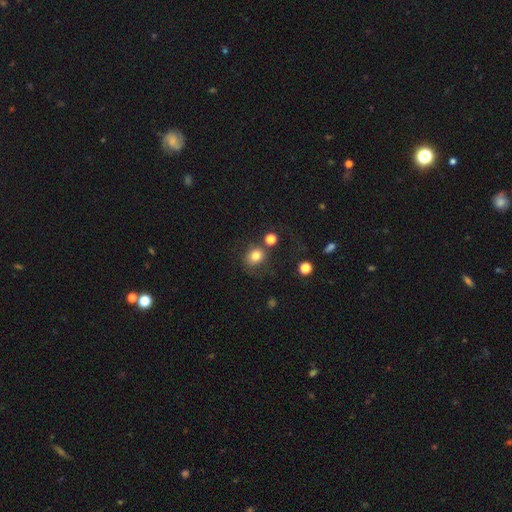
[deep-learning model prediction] Smooth or featured?
  - smooth: 79% *
  - star or artifact: 12%
  - featured or disk: 8%
How rounded?
  - round: 72% *
  - in between: 28%
  - cigar-shaped: 1%
Merging?
  - none: 66% *
  - minor disturbance: 16%
  - merger: 11%
  - major disturbance: 8%